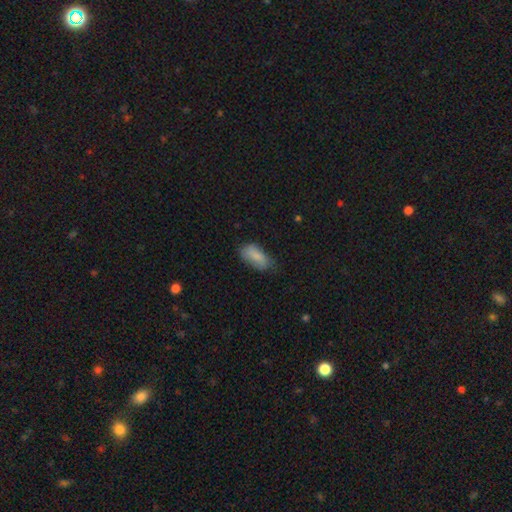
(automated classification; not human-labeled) smooth-or-featured: smooth: 84% | featured or disk: 9% | star or artifact: 7%
  how-rounded: in between: 90% | cigar-shaped: 7% | round: 3%
  merging: none: 55% | minor disturbance: 34% | major disturbance: 9% | merger: 2%